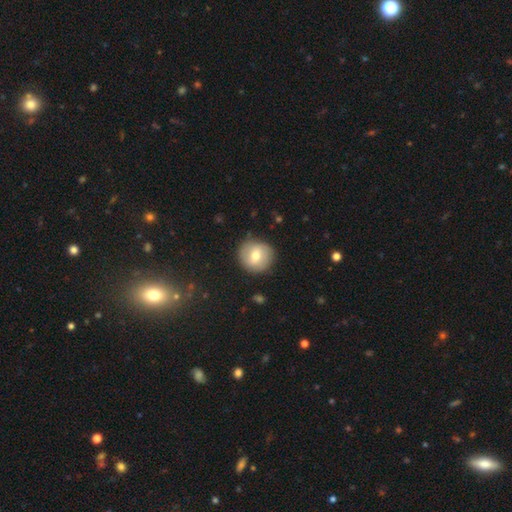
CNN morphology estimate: This is likely a smooth galaxy (68%). How rounded: clearly round (91%). Merging: clearly none (85%).